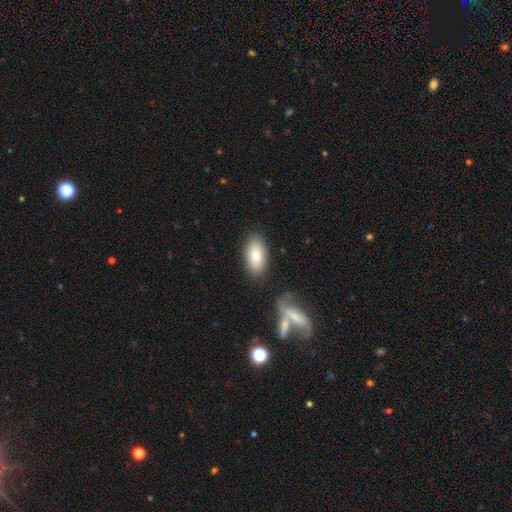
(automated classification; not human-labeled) smooth_or_featured: smooth (p=0.79) [alt: featured or disk p=0.14]
how_rounded: in between (p=0.93) [alt: round p=0.04]
merging: none (p=0.81) [alt: minor disturbance p=0.12]